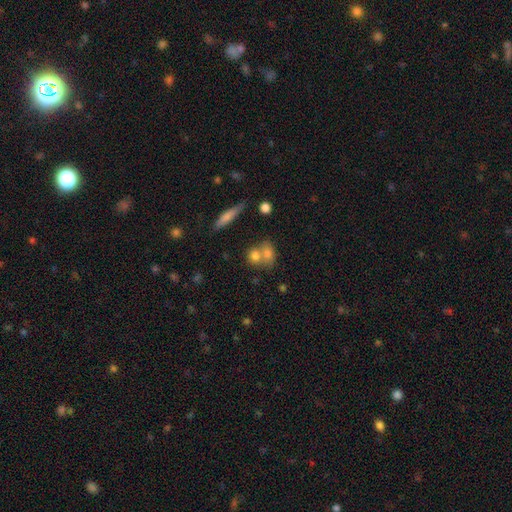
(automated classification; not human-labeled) Morphology: type=smooth (74%); roundness=round (53%); merging=merger (50%).